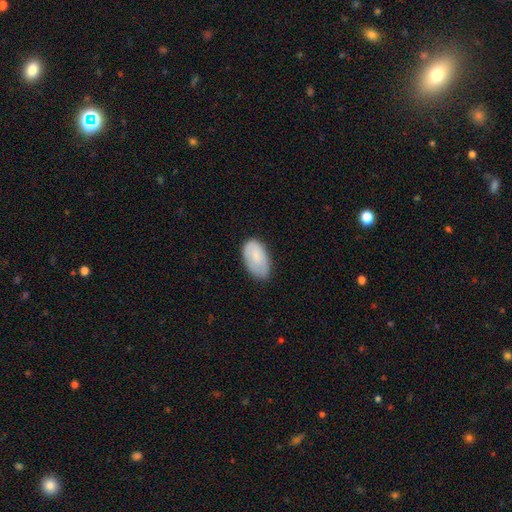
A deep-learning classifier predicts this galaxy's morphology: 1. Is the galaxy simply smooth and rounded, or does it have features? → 79% smooth, 15% featured or disk, 6% star or artifact.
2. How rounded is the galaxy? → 95% in between, 4% round, 2% cigar-shaped.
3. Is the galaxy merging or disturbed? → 68% none, 26% minor disturbance, 5% major disturbance, 1% merger.